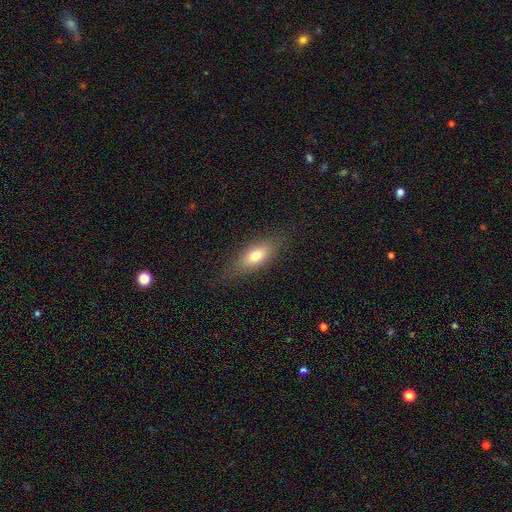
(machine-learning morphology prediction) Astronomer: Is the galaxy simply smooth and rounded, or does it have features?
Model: smooth — 72%.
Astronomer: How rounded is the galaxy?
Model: in between — 74%.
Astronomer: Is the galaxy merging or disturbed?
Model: none — 81%.